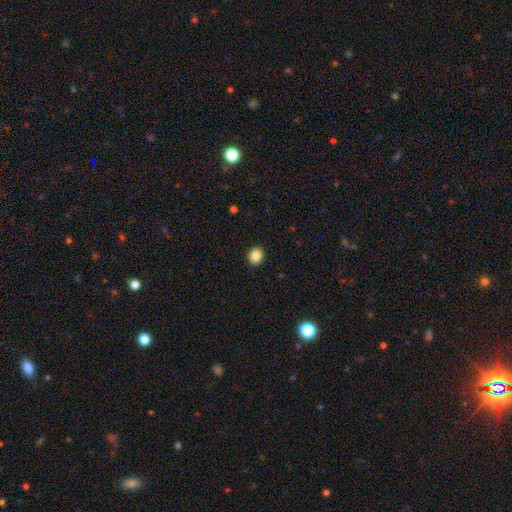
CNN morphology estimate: type=smooth (86%); roundness=round (70%); merging=none (92%).